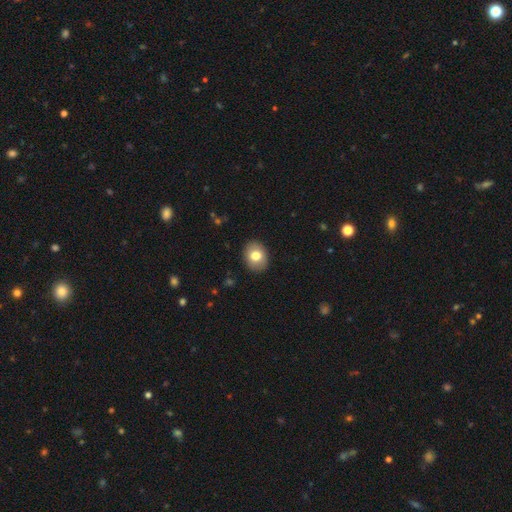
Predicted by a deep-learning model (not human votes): A smooth galaxy with no disk features (77%) that is in between round and cigar-shaped (55%).

Vote fractions:
- Smooth or featured? smooth: 77% / featured or disk: 15% / star or artifact: 8%
- How rounded? in between: 55% / round: 44% / cigar-shaped: 1%
- Merging? none: 90% / minor disturbance: 8% / major disturbance: 2% / merger: 1%